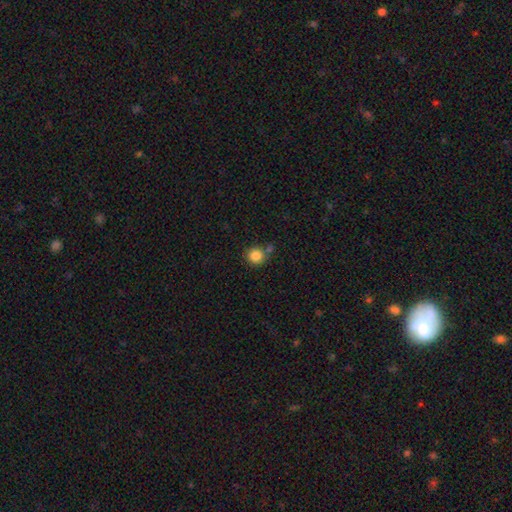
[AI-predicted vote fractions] A smooth galaxy with no disk features (85%) that is round (91%).

Vote fractions:
- Smooth or featured? smooth: 85% / star or artifact: 10% / featured or disk: 4%
- How rounded? round: 91% / in between: 8% / cigar-shaped: 1%
- Merging? none: 72% / merger: 15% / minor disturbance: 10% / major disturbance: 3%